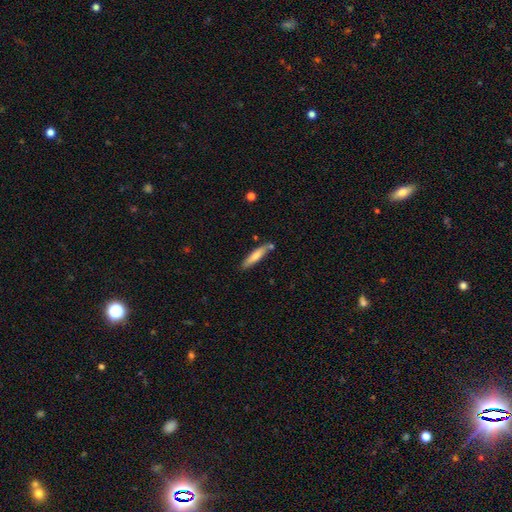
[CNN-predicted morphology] Smooth or featured: smooth — 73% (featured or disk — 21%)
How rounded: cigar-shaped — 85% (in between — 13%)
Merging: none — 75% (minor disturbance — 15%)